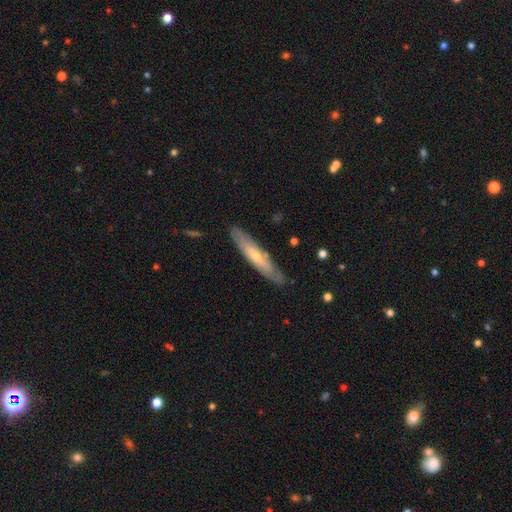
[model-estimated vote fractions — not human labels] smooth_or_featured: featured or disk (p=0.55) [alt: smooth p=0.40]
disk_edge_on: yes (p=0.69) [alt: no p=0.31]
merging: none (p=0.85) [alt: minor disturbance p=0.12]